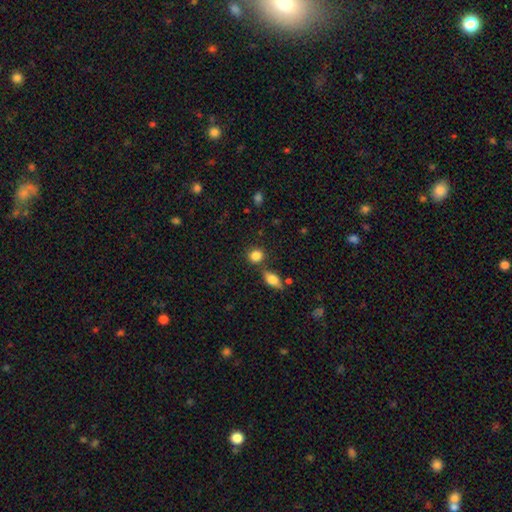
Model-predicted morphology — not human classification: Q: Smooth or featured?
A: smooth (85%); runner-up: star or artifact (10%)
Q: How rounded?
A: round (70%); runner-up: in between (28%)
Q: Merging?
A: none (68%); runner-up: merger (18%)